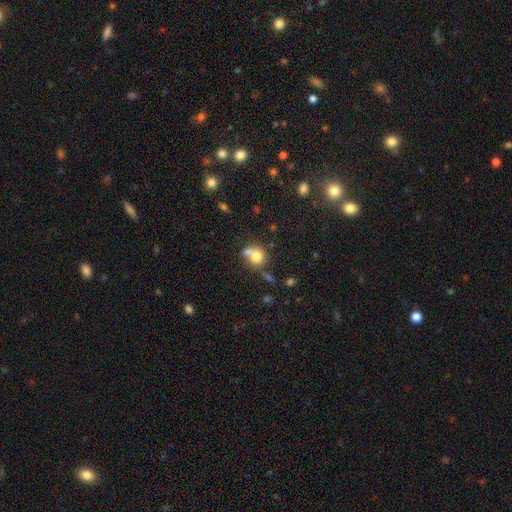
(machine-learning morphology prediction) A smooth galaxy with no disk features (75%) that is round (81%).

Vote fractions:
- Smooth or featured? smooth: 75% / featured or disk: 14% / star or artifact: 11%
- How rounded? round: 81% / in between: 18% / cigar-shaped: 1%
- Merging? none: 43% / merger: 39% / minor disturbance: 12% / major disturbance: 6%